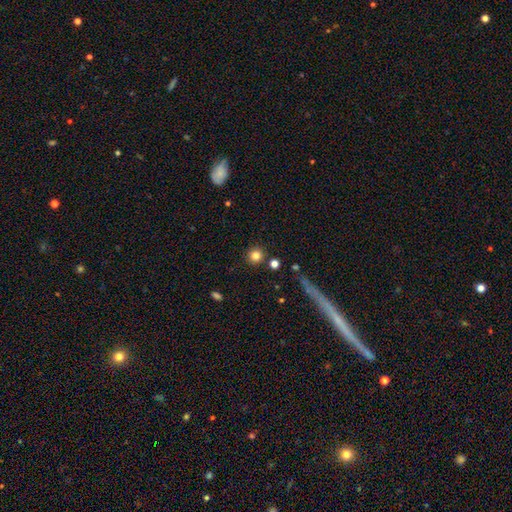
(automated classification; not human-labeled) This appears to be a smooth galaxy with no disk features (81%) that is round (94%). Merging: none (87%).